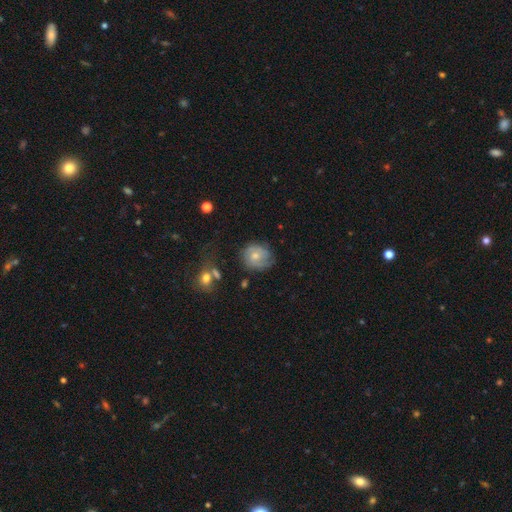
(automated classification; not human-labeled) This is possibly a featured or disk galaxy (57%). It is clearly not viewed edge-on (97%). Bar: likely no (73%). Spiral arm pattern: clearly yes (83%). Central bulge: possibly moderate (52%). Merging: likely none (64%).